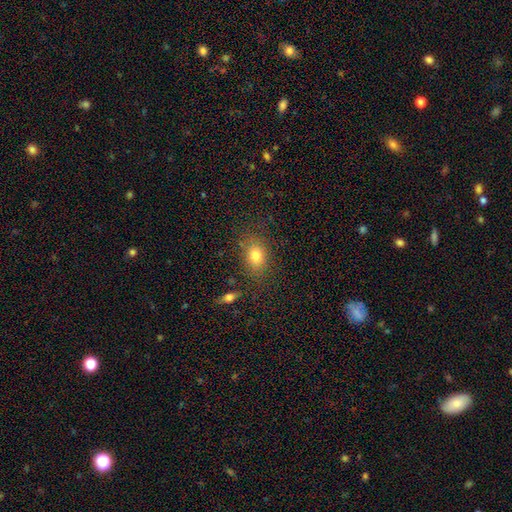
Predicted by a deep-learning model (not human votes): smooth-or-featured: smooth: 79% | star or artifact: 11% | featured or disk: 10%
  how-rounded: in between: 69% | round: 29% | cigar-shaped: 2%
  merging: none: 78% | minor disturbance: 14% | major disturbance: 5% | merger: 3%